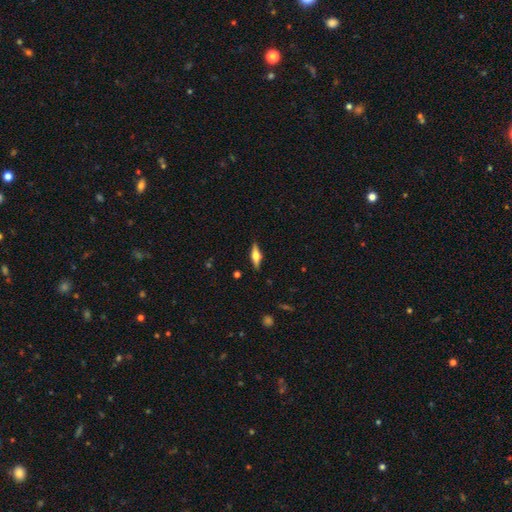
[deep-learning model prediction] smooth_or_featured: featured or disk (p=0.58) [alt: smooth p=0.35]
disk_edge_on: yes (p=0.95) [alt: no p=0.05]
edge_on_bulge: rounded (p=0.90) [alt: boxy p=0.08]
merging: none (p=0.88) [alt: minor disturbance p=0.09]